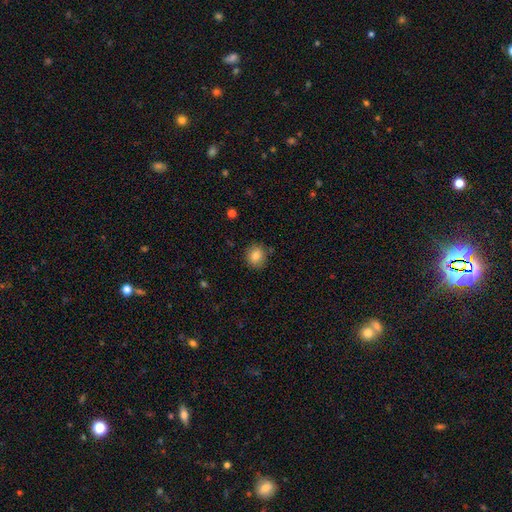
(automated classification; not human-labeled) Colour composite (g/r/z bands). It shows a smooth galaxy with no disk features (83%) that is round (81%). Merging: none (86%).